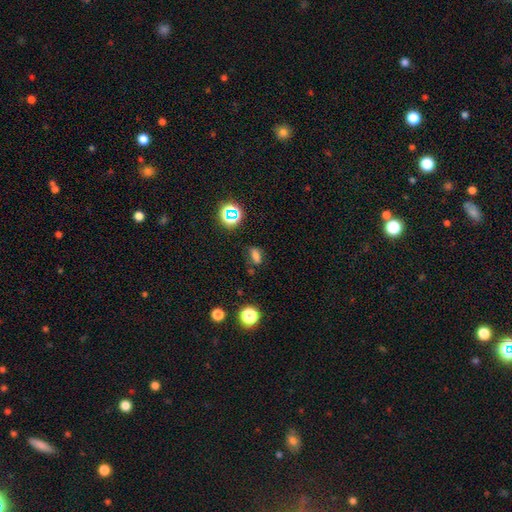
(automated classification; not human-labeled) smooth_or_featured: smooth (p=0.68) [alt: star or artifact p=0.23]
how_rounded: in between (p=0.70) [alt: cigar-shaped p=0.15]
merging: none (p=0.70) [alt: minor disturbance p=0.19]